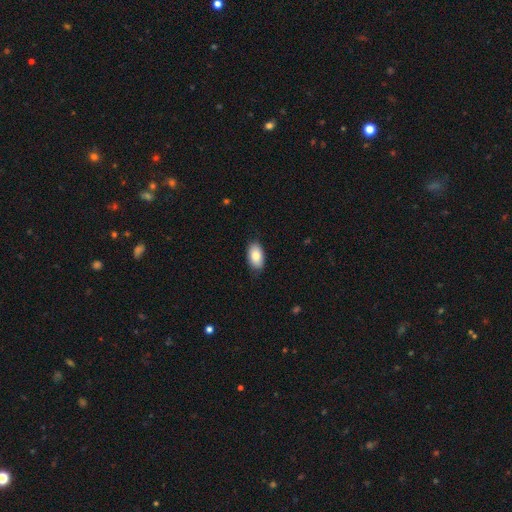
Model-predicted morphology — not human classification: Smooth or featured? smooth (84%)
How rounded? in between (94%)
Merging? none (83%)